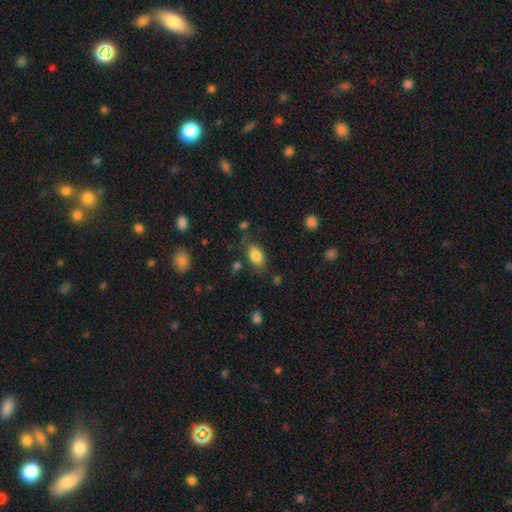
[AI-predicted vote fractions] Q: Smooth or featured?
A: smooth (83%); runner-up: featured or disk (9%)
Q: How rounded?
A: in between (89%); runner-up: round (8%)
Q: Merging?
A: none (73%); runner-up: minor disturbance (18%)